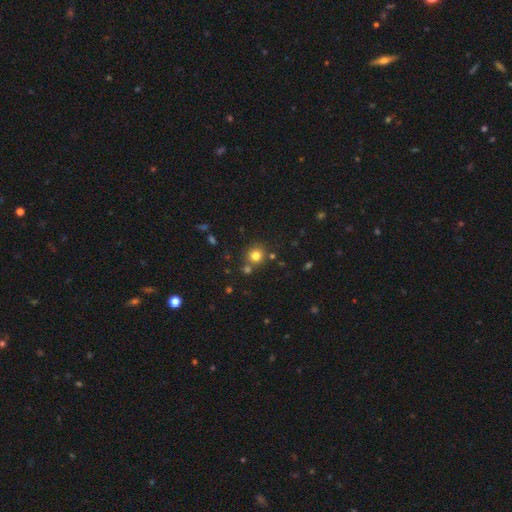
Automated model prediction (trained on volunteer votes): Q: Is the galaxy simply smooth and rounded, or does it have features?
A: smooth — 79%.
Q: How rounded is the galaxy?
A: round — 91%.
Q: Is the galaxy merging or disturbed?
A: none — 76%.